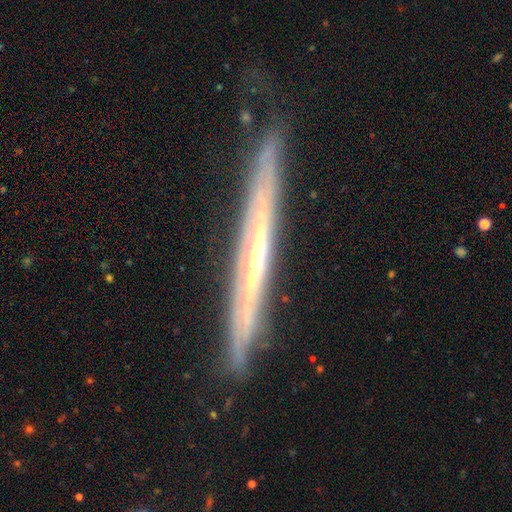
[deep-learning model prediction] Smooth or featured?
  - featured or disk: 78% *
  - smooth: 16%
  - star or artifact: 6%
Edge-on disk?
  - yes: 92% *
  - no: 8%
Edge-on bulge?
  - none: 67% *
  - rounded: 27%
  - boxy: 6%
Merging?
  - none: 81% *
  - minor disturbance: 15%
  - major disturbance: 3%
  - merger: 1%